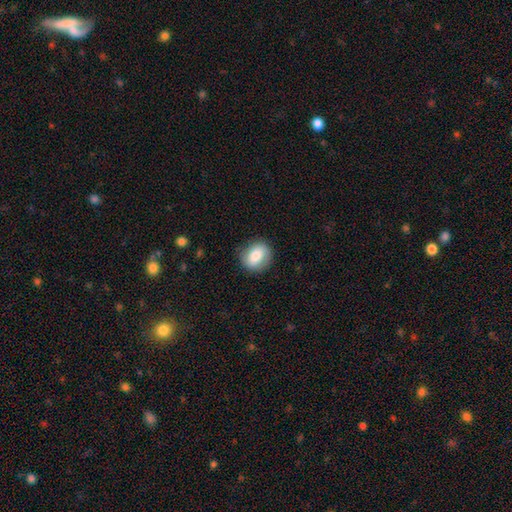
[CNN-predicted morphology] smooth 78%, featured or disk 15%, star or artifact 7%. Down the decision tree: how rounded — round (63%); merging — none (83%).